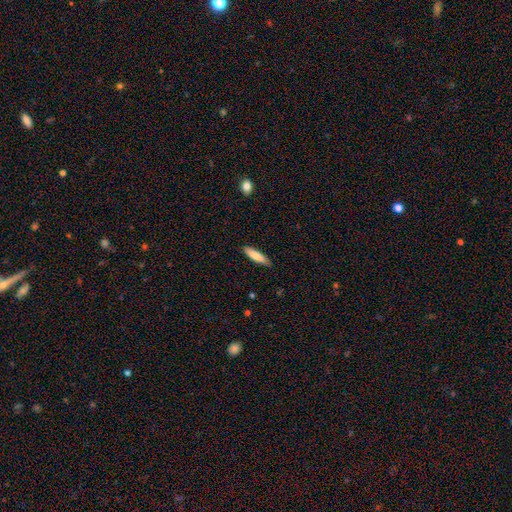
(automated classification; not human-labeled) Morphology: type=smooth (79%); roundness=cigar-shaped (72%); merging=none (87%).